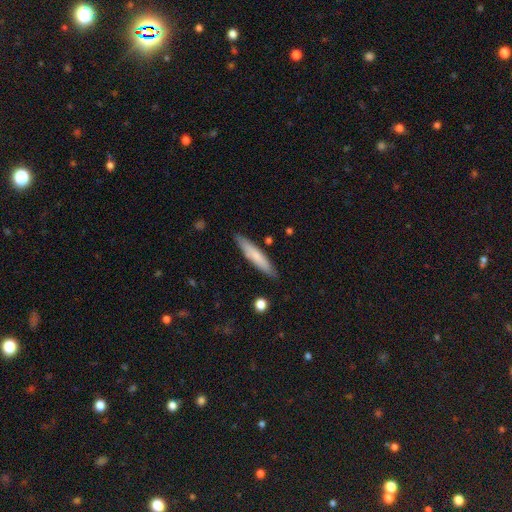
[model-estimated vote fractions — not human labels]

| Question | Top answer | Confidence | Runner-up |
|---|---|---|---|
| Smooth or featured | smooth | 71% | featured or disk (23%) |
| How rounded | cigar-shaped | 90% | in between (9%) |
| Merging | none | 86% | minor disturbance (10%) |